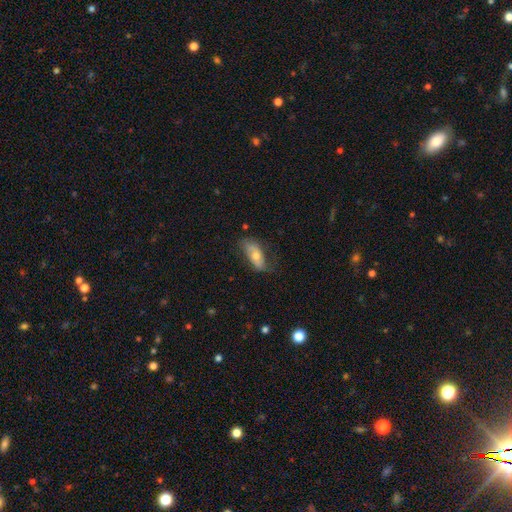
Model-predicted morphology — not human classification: smooth 52%, featured or disk 41%, star or artifact 7%. Down the decision tree: how rounded — in between (80%); merging — none (62%).